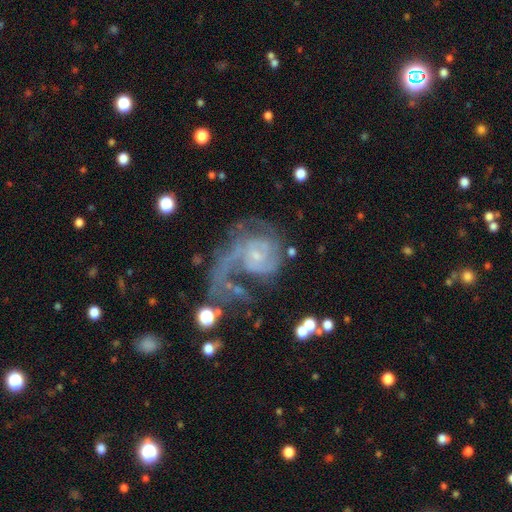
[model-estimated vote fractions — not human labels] featured or disk 84%, smooth 9%, star or artifact 7%. Down the decision tree: edge-on disk — no (98%); bar — no (64%); spiral arms — yes (92%); spiral arm count — 2 (35%); spiral winding — medium (40%); bulge size — small (73%); merging — major disturbance (44%).